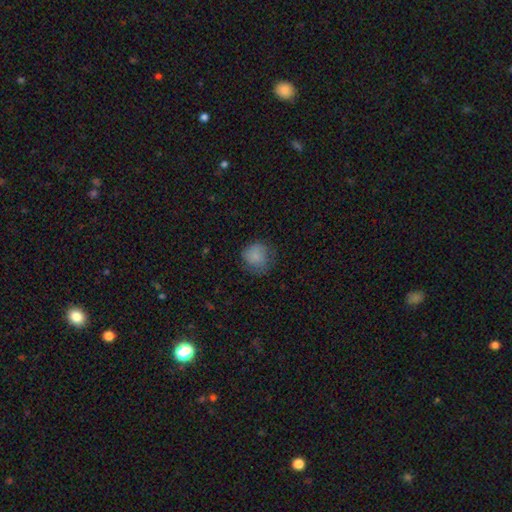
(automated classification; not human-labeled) The model was most divided on "merging": none: 66%, minor disturbance: 23%, major disturbance: 10%, merger: 1%. More confident: how rounded — round (84%); smooth or featured — smooth (81%).